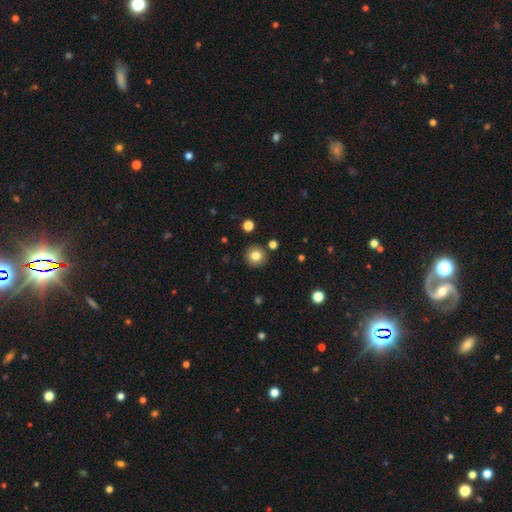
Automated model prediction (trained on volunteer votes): This appears to be a smooth galaxy with no disk features (80%) that is round (94%). Merging: none (90%).